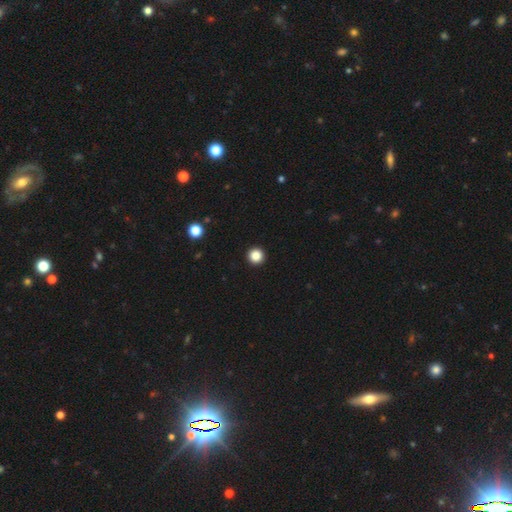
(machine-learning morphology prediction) Q: Smooth or featured?
A: smooth (86%); runner-up: star or artifact (11%)
Q: How rounded?
A: round (96%); runner-up: in between (3%)
Q: Merging?
A: none (94%); runner-up: minor disturbance (3%)